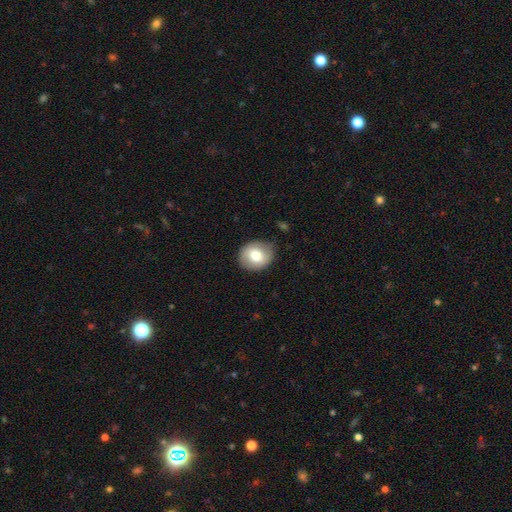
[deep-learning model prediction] smooth_or_featured: smooth (p=0.72) [alt: featured or disk p=0.21]
how_rounded: round (p=0.67) [alt: in between p=0.32]
merging: none (p=0.83) [alt: minor disturbance p=0.13]